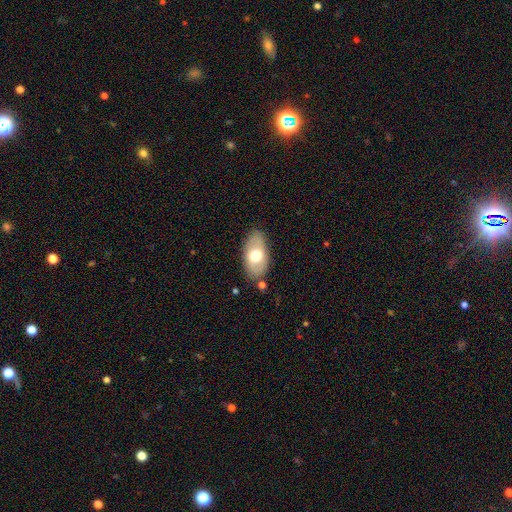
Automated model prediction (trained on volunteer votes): Overall: smooth (58%; featured or disk 36%). How rounded: in between (93%). Merging: none (80%).